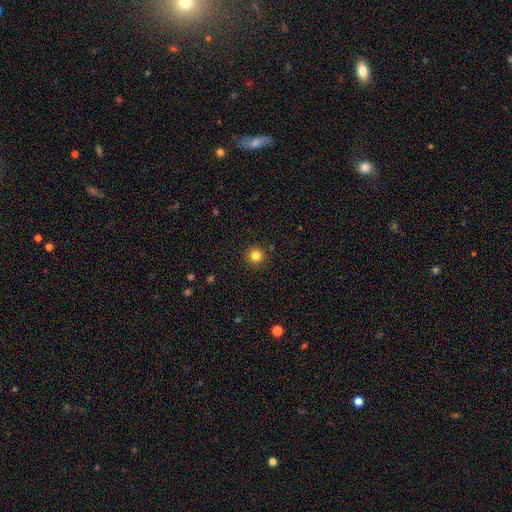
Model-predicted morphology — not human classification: Smooth or featured? Predicted: smooth (p=0.83). How rounded? Predicted: round (p=0.95). Merging? Predicted: none (p=0.92).